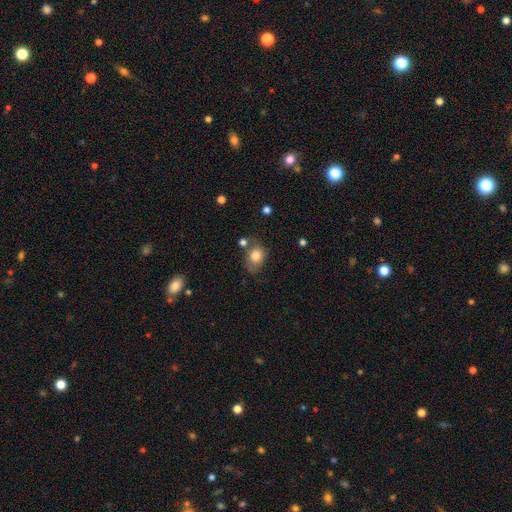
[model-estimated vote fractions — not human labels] Smooth or featured? smooth (79%)
How rounded? in between (56%)
Merging? none (55%)